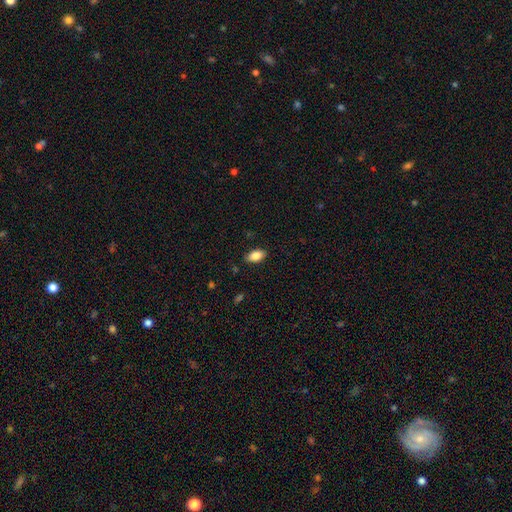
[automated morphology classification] This is clearly a smooth galaxy (86%). How rounded: clearly in between (91%). Merging: clearly none (87%).